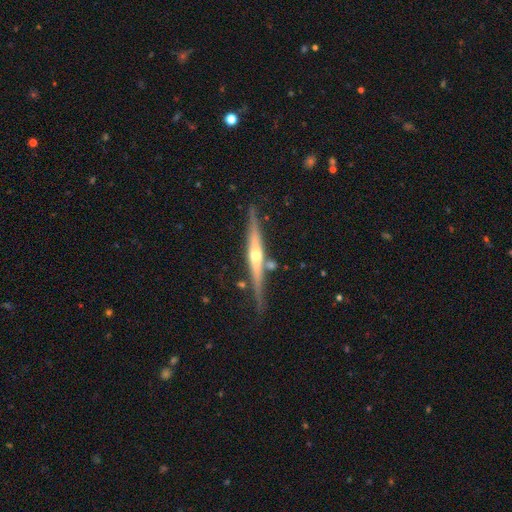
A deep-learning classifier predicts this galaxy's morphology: Q: Smooth or featured?
A: featured or disk (77%); runner-up: smooth (17%)
Q: Edge-on disk?
A: yes (97%); runner-up: no (3%)
Q: Edge-on bulge?
A: rounded (87%); runner-up: none (9%)
Q: Merging?
A: none (80%); runner-up: minor disturbance (12%)